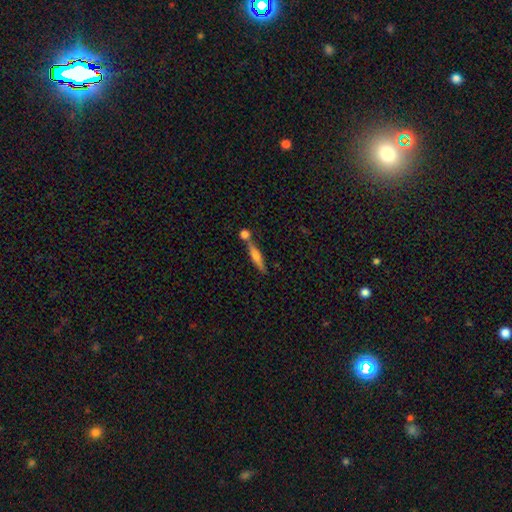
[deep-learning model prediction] A smooth galaxy with no disk features (50%).

Vote fractions:
- Smooth or featured? smooth: 50% / featured or disk: 43% / star or artifact: 7%
- Merging? none: 65% / merger: 21% / minor disturbance: 11% / major disturbance: 3%